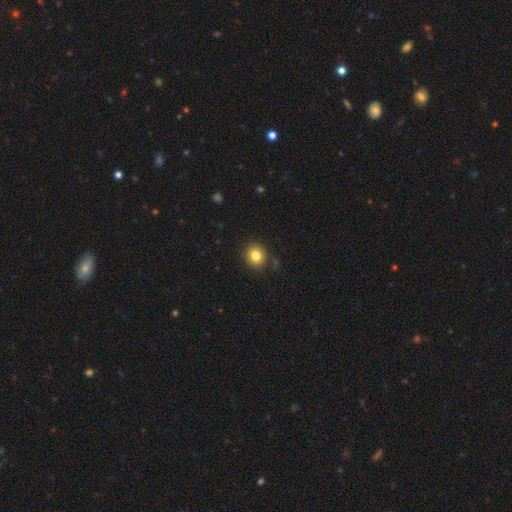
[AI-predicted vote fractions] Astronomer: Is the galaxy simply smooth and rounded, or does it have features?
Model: smooth — 82%.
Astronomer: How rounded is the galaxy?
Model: round — 81%.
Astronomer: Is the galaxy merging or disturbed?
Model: none — 87%.